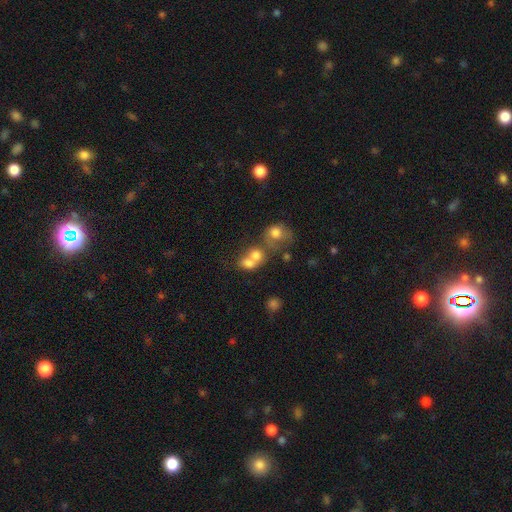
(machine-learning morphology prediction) smooth-or-featured: smooth: 69% | featured or disk: 17% | star or artifact: 13%
  how-rounded: round: 58% | in between: 41% | cigar-shaped: 1%
  merging: merger: 64% | none: 23% | minor disturbance: 7% | major disturbance: 6%